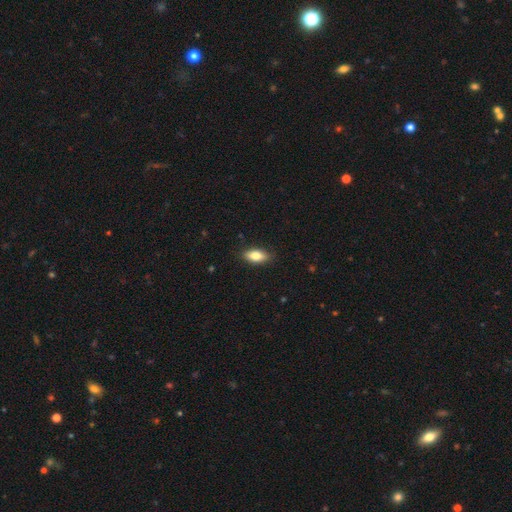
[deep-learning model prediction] Morphology: type=smooth (79%); roundness=in between (86%); merging=none (86%).